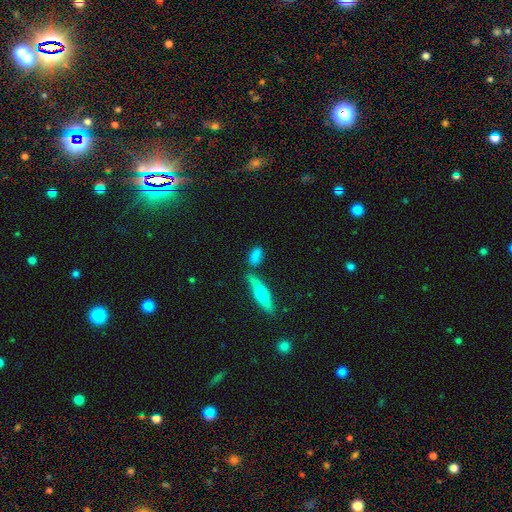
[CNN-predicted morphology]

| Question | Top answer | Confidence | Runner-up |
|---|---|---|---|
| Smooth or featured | smooth | 76% | featured or disk (15%) |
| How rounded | in between | 68% | cigar-shaped (25%) |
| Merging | none | 65% | merger (17%) |